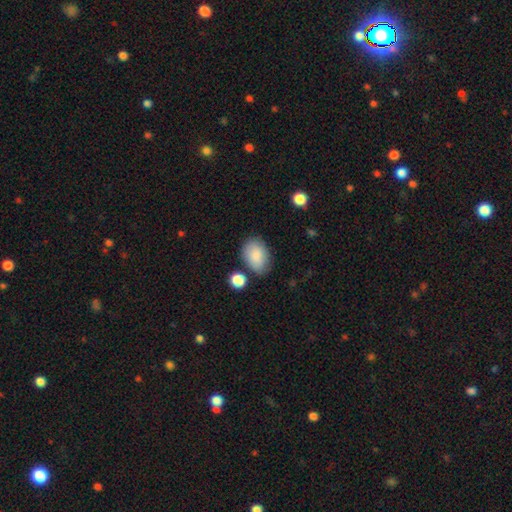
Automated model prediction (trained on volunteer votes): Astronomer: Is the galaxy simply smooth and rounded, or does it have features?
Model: smooth — 86%.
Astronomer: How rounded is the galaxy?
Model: in between — 84%.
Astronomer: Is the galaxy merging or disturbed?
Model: none — 71%.